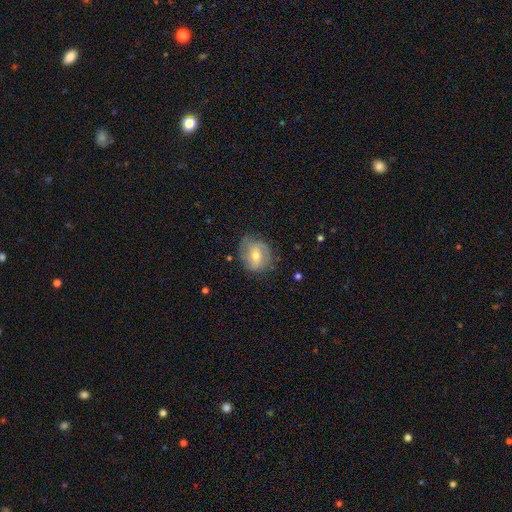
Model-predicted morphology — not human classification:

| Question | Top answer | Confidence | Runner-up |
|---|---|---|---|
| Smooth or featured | featured or disk | 65% | smooth (29%) |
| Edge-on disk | no | 96% | yes (4%) |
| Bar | weak | 48% | no (33%) |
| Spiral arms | yes | 84% | no (16%) |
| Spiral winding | medium | 42% | tight (38%) |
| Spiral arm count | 2 | 62% | can't tell (20%) |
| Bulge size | moderate | 61% | small (33%) |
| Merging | none | 70% | minor disturbance (21%) |